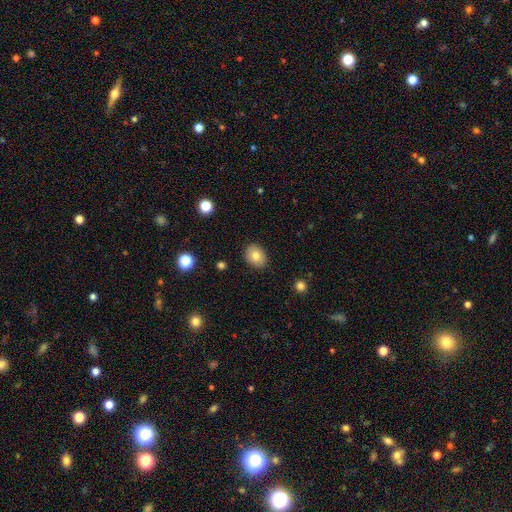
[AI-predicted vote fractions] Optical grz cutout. It shows a smooth galaxy with no disk features (80%) that is in between round and cigar-shaped (57%). Merging: none (88%).